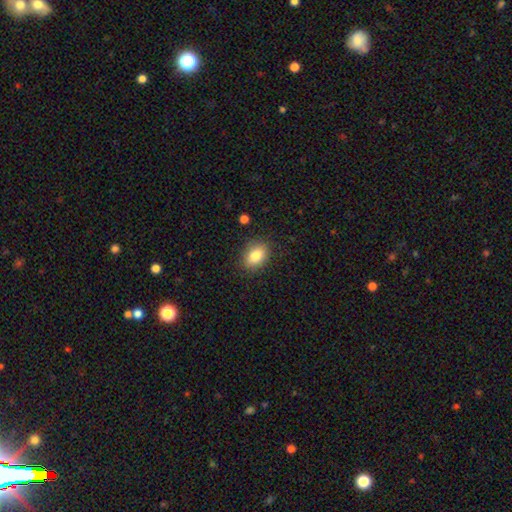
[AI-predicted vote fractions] A smooth galaxy with no disk features (83%) that is in between round and cigar-shaped (75%). Merging: none (86%).